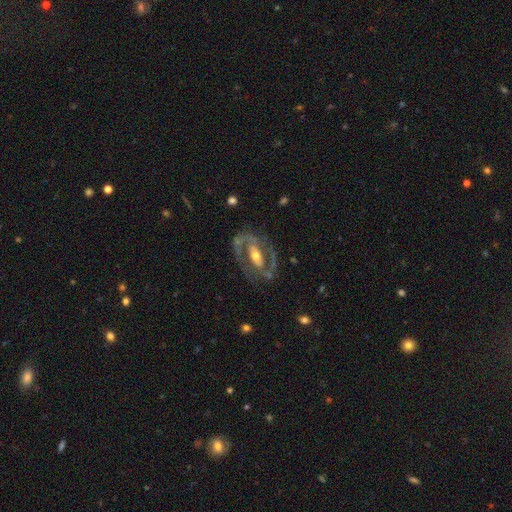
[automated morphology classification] smooth_or_featured: featured or disk (p=0.83) [alt: smooth p=0.12]
disk_edge_on: no (p=0.94) [alt: yes p=0.06]
bar: strong (p=0.37) [alt: no p=0.33]
has_spiral_arms: yes (p=0.77) [alt: no p=0.23]
spiral_winding: medium (p=0.47) [alt: tight p=0.36]
spiral_arm_count: 2 (p=0.81) [alt: can't tell p=0.08]
bulge_size: moderate (p=0.62) [alt: small p=0.27]
merging: none (p=0.70) [alt: minor disturbance p=0.16]